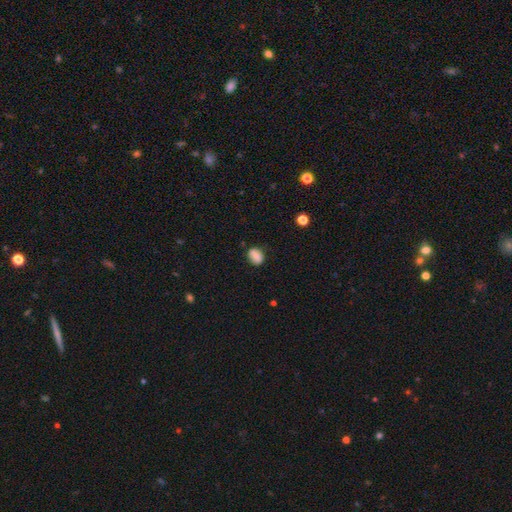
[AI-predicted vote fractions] Smooth or featured? smooth (84%)
How rounded? in between (77%)
Merging? none (77%)